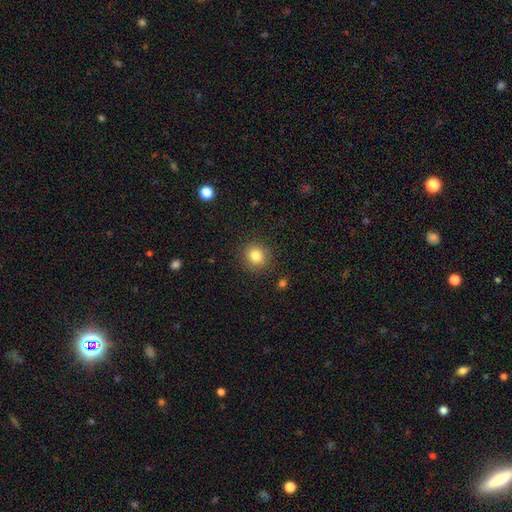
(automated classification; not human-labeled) Smooth or featured?
  - smooth: 82% *
  - star or artifact: 11%
  - featured or disk: 7%
How rounded?
  - round: 83% *
  - in between: 16%
  - cigar-shaped: 1%
Merging?
  - none: 89% *
  - minor disturbance: 7%
  - major disturbance: 3%
  - merger: 1%